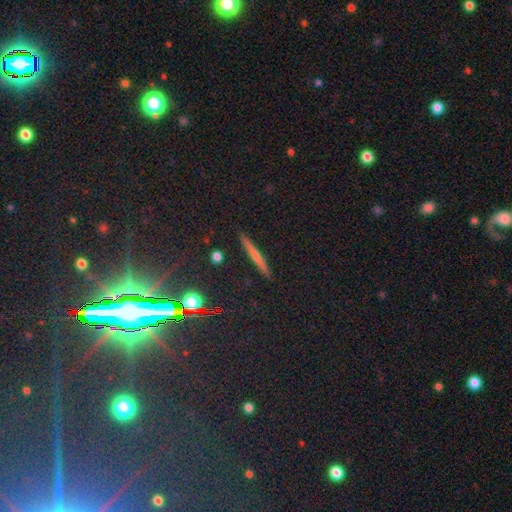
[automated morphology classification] This is possibly a featured or disk galaxy (45%). Merging: clearly none (91%).